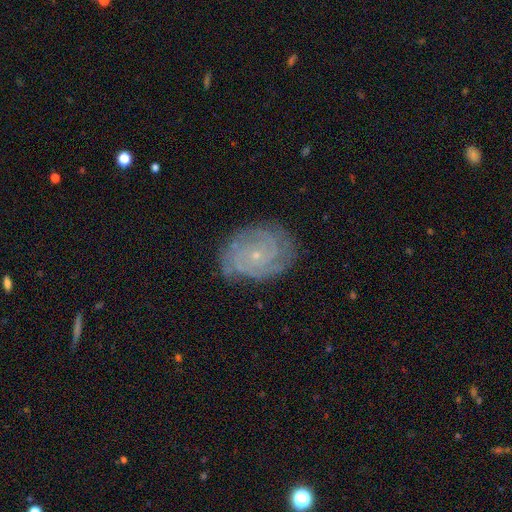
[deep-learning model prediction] featured or disk 79%, smooth 11%, star or artifact 10%. Down the decision tree: edge-on disk — no (97%); bar — no (79%); spiral arms — yes (96%); spiral arm count — can't tell (28%); spiral winding — tight (77%); bulge size — small (85%); merging — none (81%).